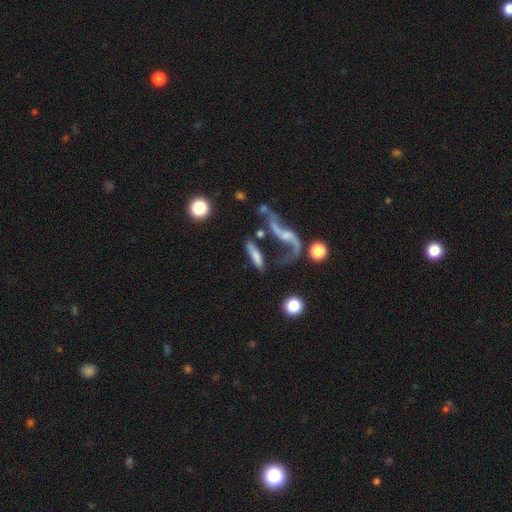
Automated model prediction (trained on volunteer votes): Morphology: type=smooth (47%); merging=none (45%).